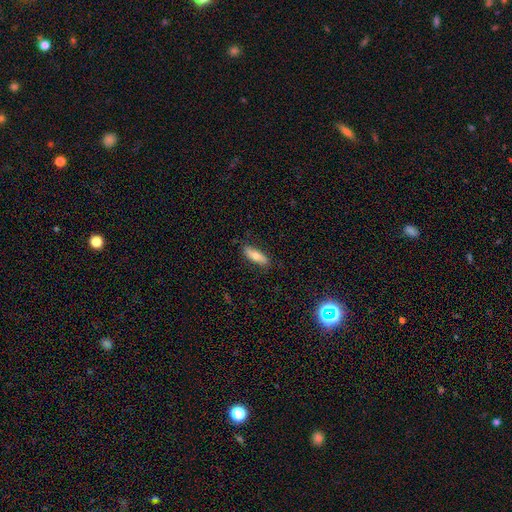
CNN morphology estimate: Smooth or featured?
  - smooth: 67% *
  - featured or disk: 26%
  - star or artifact: 7%
How rounded?
  - in between: 52% *
  - cigar-shaped: 45%
  - round: 2%
Merging?
  - none: 84% *
  - minor disturbance: 13%
  - major disturbance: 2%
  - merger: 1%